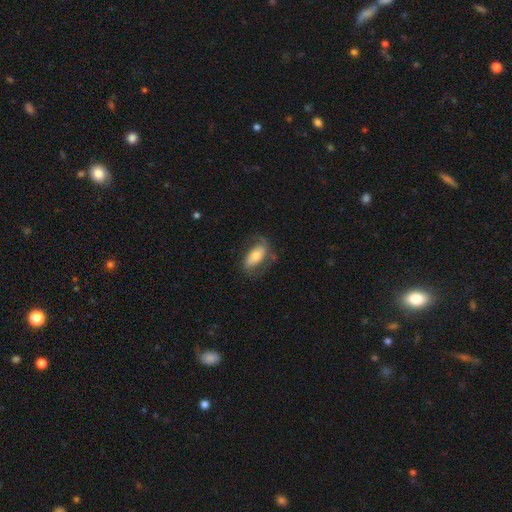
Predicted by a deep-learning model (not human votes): Smooth or featured?
  - featured or disk: 48% *
  - smooth: 45%
  - star or artifact: 7%
Merging?
  - none: 59% *
  - minor disturbance: 22%
  - major disturbance: 17%
  - merger: 2%